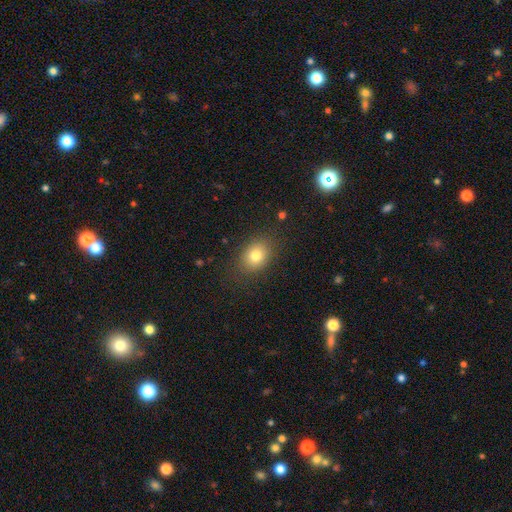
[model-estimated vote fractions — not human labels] This appears to be a smooth galaxy with no disk features (79%) that is in between round and cigar-shaped (63%). Merging: none (83%).